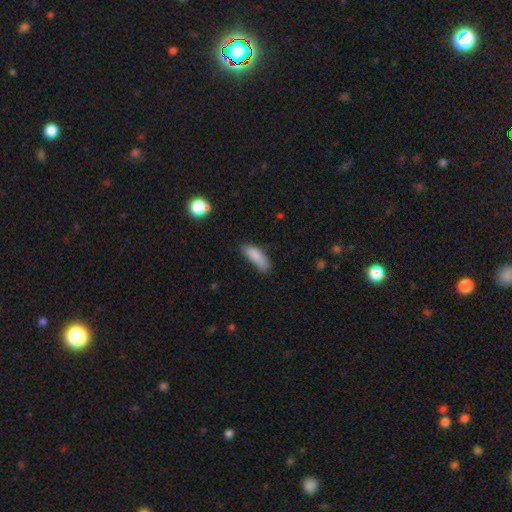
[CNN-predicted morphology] A smooth galaxy with no disk features (83%) that is in between round and cigar-shaped (51%). Merging: none (54%).